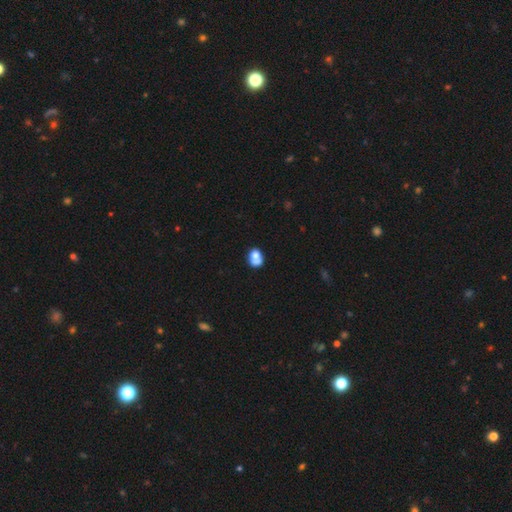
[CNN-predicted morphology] type=smooth (71%); roundness=in between (53%); merging=none (36%).